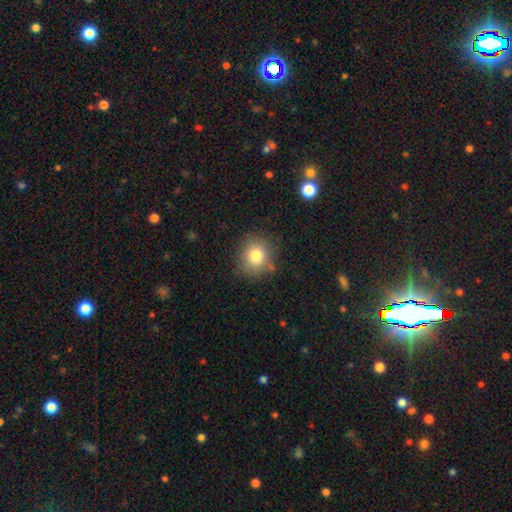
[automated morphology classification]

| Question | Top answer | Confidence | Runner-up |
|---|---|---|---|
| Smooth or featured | smooth | 79% | star or artifact (11%) |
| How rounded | round | 78% | in between (21%) |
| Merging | none | 79% | minor disturbance (14%) |